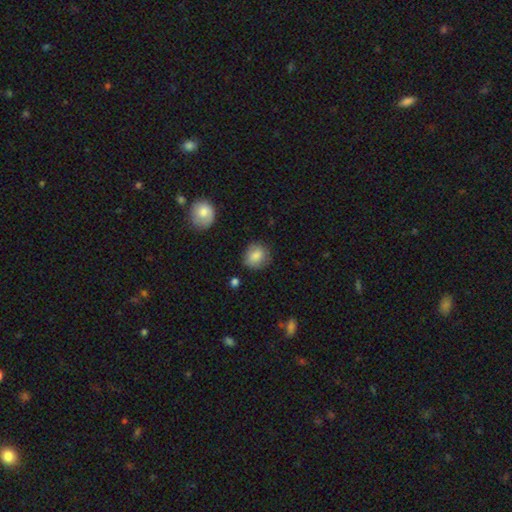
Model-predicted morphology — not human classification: smooth 83%, featured or disk 9%, star or artifact 8%. Down the decision tree: how rounded — round (78%); merging — none (79%).